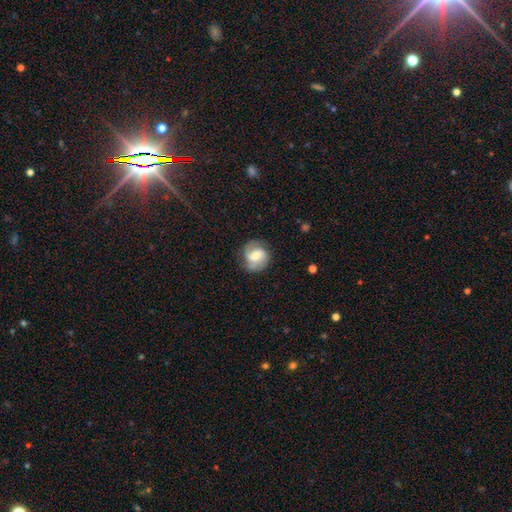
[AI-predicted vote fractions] Q: Smooth or featured?
A: featured or disk (66%); runner-up: smooth (28%)
Q: Edge-on disk?
A: no (97%); runner-up: yes (3%)
Q: Bar?
A: weak (46%); runner-up: no (32%)
Q: Spiral arms?
A: yes (90%); runner-up: no (10%)
Q: Spiral winding?
A: medium (47%); runner-up: tight (28%)
Q: Spiral arm count?
A: 2 (84%); runner-up: can't tell (7%)
Q: Bulge size?
A: moderate (56%); runner-up: small (31%)
Q: Merging?
A: none (77%); runner-up: minor disturbance (16%)